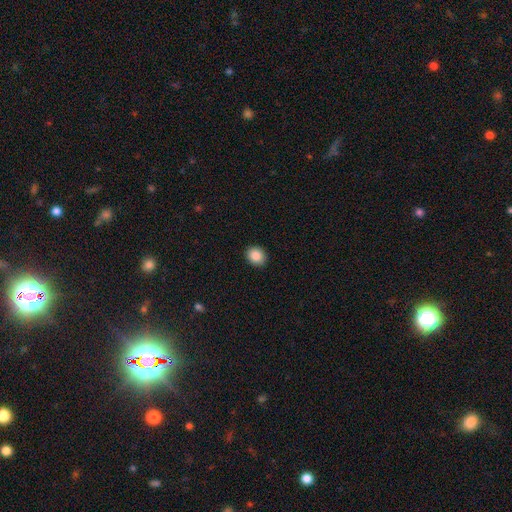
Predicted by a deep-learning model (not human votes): The model was most divided on "how rounded": round: 60%, in between: 39%, cigar-shaped: 1%. More confident: merging — none (91%); smooth or featured — smooth (87%).